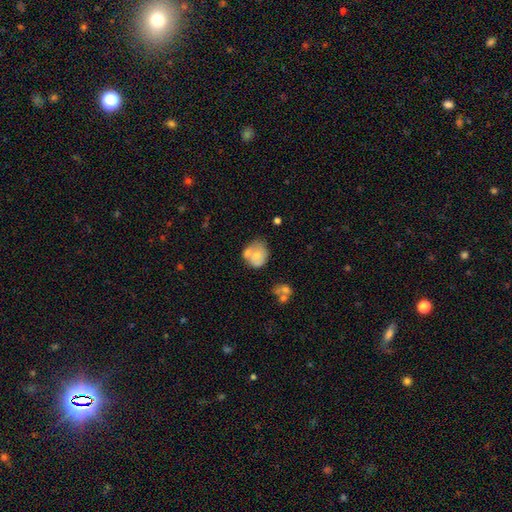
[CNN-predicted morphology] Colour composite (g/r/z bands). It shows a smooth galaxy with no disk features (59%) that is round (56%). Merging: merger (36%).